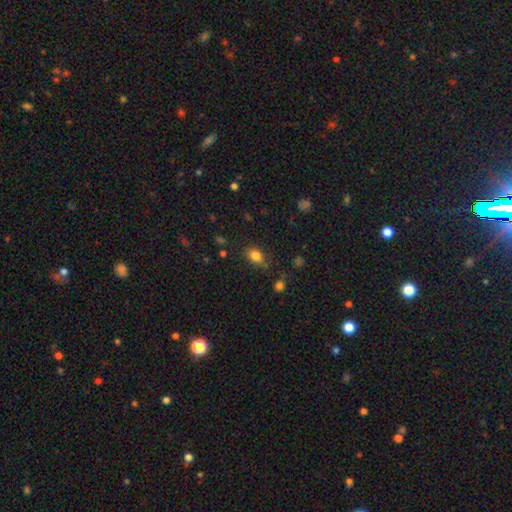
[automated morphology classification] A smooth galaxy with no disk features (82%) that is in between round and cigar-shaped (74%).

Vote fractions:
- Smooth or featured? smooth: 82% / star or artifact: 11% / featured or disk: 7%
- How rounded? in between: 74% / round: 24% / cigar-shaped: 2%
- Merging? none: 73% / minor disturbance: 20% / major disturbance: 5% / merger: 2%